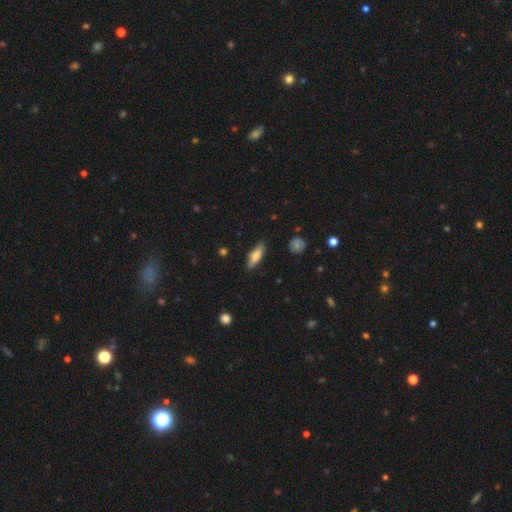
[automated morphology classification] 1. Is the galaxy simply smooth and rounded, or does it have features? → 72% smooth, 22% featured or disk, 6% star or artifact.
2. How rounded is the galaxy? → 54% in between, 44% cigar-shaped, 2% round.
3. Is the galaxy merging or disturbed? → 84% none, 12% minor disturbance, 2% major disturbance, 1% merger.